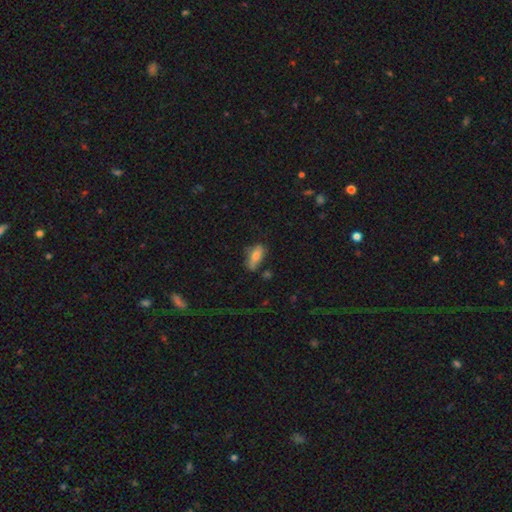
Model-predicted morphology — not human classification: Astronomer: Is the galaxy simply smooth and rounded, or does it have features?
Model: smooth — 73%.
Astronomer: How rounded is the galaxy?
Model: in between — 79%.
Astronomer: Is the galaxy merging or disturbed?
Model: none — 63%.